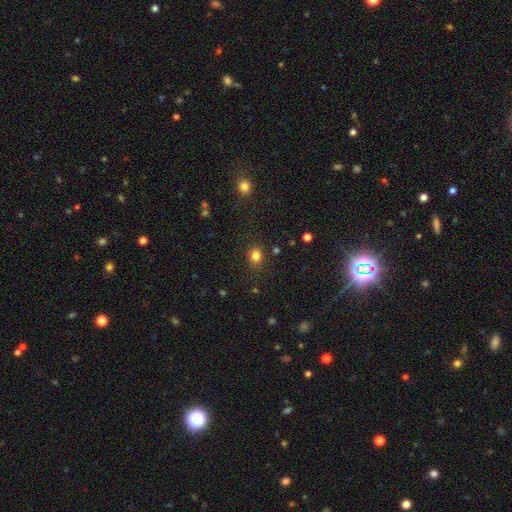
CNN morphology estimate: smooth_or_featured: smooth (p=0.81) [alt: star or artifact p=0.13]
how_rounded: round (p=0.62) [alt: in between p=0.37]
merging: none (p=0.85) [alt: minor disturbance p=0.10]